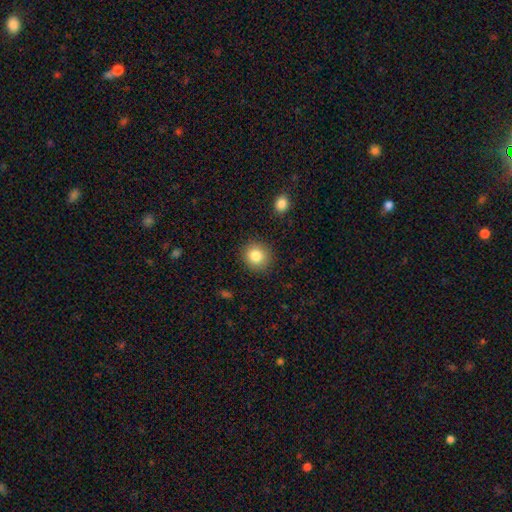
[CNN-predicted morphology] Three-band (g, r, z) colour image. It shows a smooth galaxy with no disk features (83%) that is round (87%). Merging: none (89%).